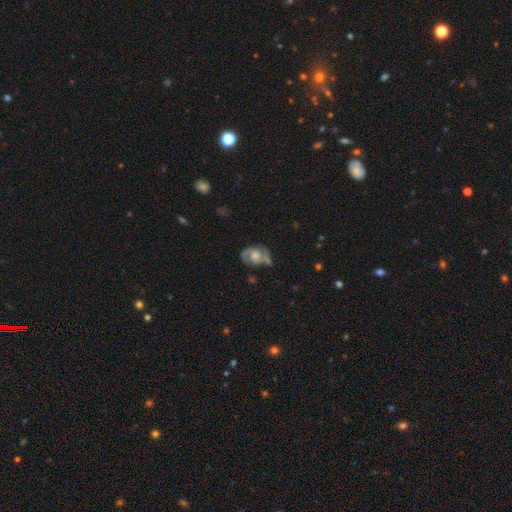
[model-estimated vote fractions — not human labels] Morphology: type=featured or disk (72%); edge-on=no (97%); bar=no (68%); spiral arms=yes (87%); winding=medium (49%); arm count=2 (83%); bulge=moderate (58%); merging=none (60%).